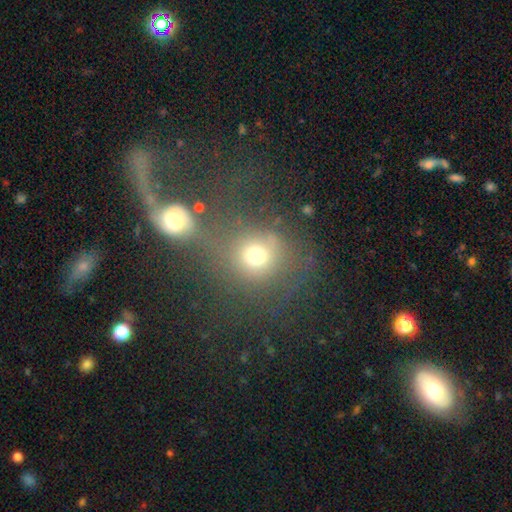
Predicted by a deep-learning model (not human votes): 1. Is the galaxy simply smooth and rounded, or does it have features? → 66% smooth, 19% star or artifact, 15% featured or disk.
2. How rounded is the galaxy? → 83% round, 15% in between, 2% cigar-shaped.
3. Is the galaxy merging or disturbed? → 48% none, 27% merger, 13% major disturbance, 12% minor disturbance.